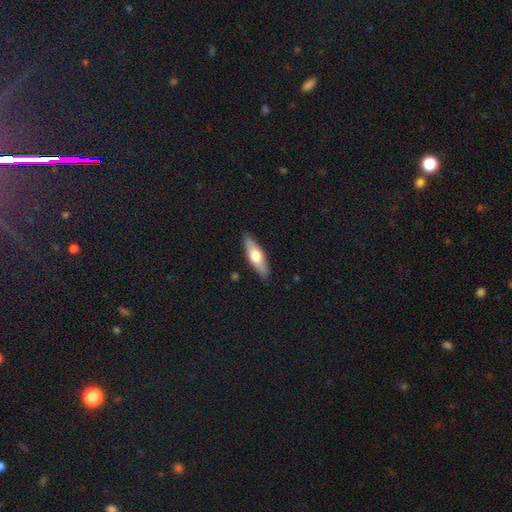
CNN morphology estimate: A smooth galaxy with no disk features (57%) that is cigar-shaped (49%). Merging: none (87%).